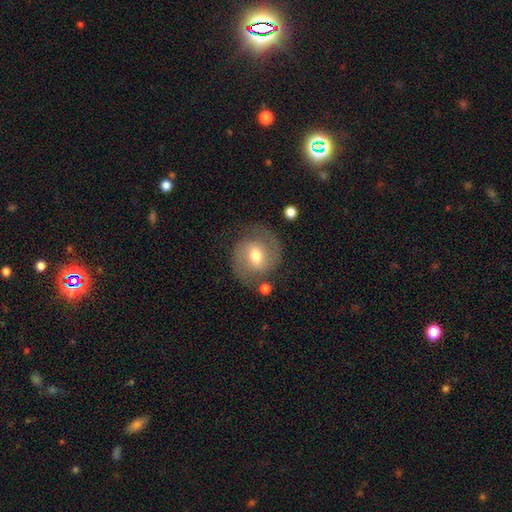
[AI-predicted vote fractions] This appears to be a featured or disk galaxy (71%) with a weak bar (55%), 2 (89%) medium (54%) spiral arms (88%) and a moderate central bulge (74%). Merging: none (75%).